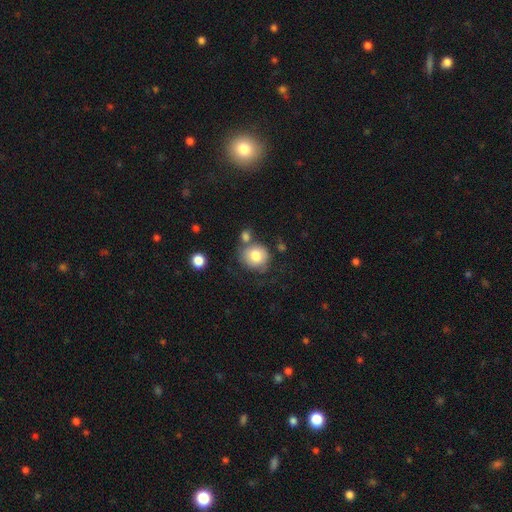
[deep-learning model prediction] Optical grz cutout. It shows a smooth galaxy with no disk features (77%) that is round (85%). Merging: none (56%).